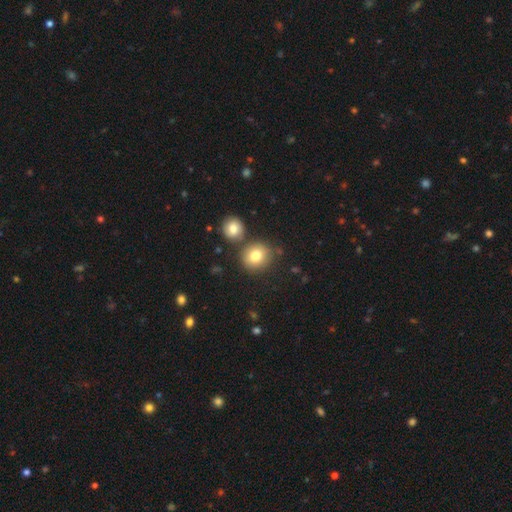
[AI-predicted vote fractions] Smooth or featured?
  - smooth: 79% *
  - star or artifact: 11%
  - featured or disk: 11%
How rounded?
  - round: 81% *
  - in between: 18%
  - cigar-shaped: 1%
Merging?
  - none: 69% *
  - merger: 17%
  - minor disturbance: 10%
  - major disturbance: 3%